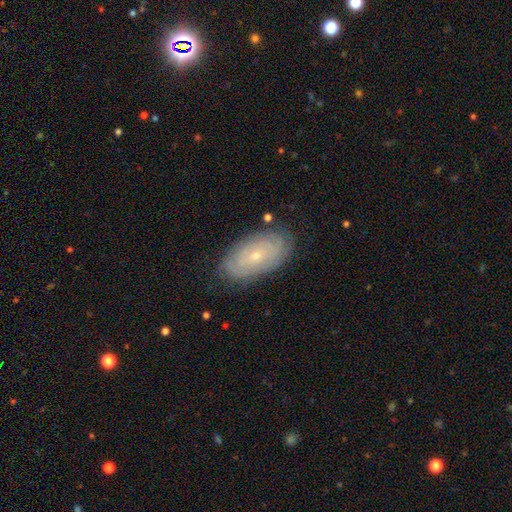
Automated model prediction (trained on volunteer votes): Smooth or featured?
  - featured or disk: 63% *
  - smooth: 28%
  - star or artifact: 8%
Edge-on disk?
  - no: 92% *
  - yes: 8%
Bar?
  - no: 79% *
  - weak: 17%
  - strong: 4%
Spiral arms?
  - yes: 78% *
  - no: 22%
Bulge size?
  - small: 78% *
  - moderate: 19%
  - none: 1%
  - large: 1%
  - dominant: 1%
Merging?
  - none: 81% *
  - minor disturbance: 14%
  - major disturbance: 3%
  - merger: 1%